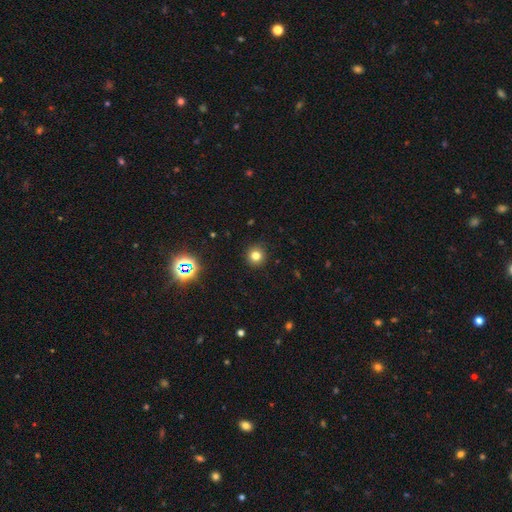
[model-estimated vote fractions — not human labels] Overall: smooth (78%). How rounded: round (94%). Merging: none (92%).